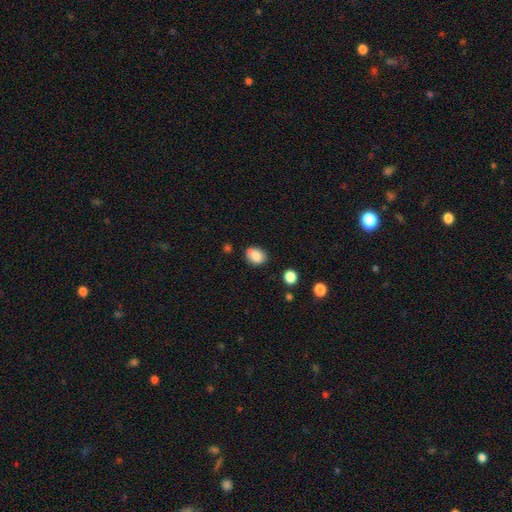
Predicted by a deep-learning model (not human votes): smooth 81%, featured or disk 10%, star or artifact 10%. Down the decision tree: how rounded — in between (50%); merging — none (66%).